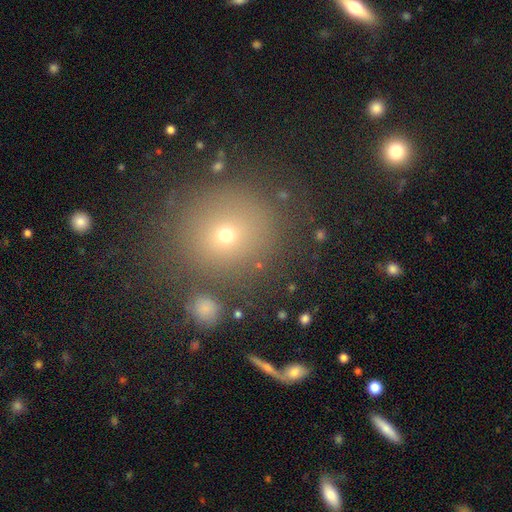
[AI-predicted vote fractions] Q: Smooth or featured?
A: smooth (62%); runner-up: star or artifact (26%)
Q: How rounded?
A: round (85%); runner-up: in between (14%)
Q: Merging?
A: none (82%); runner-up: minor disturbance (9%)